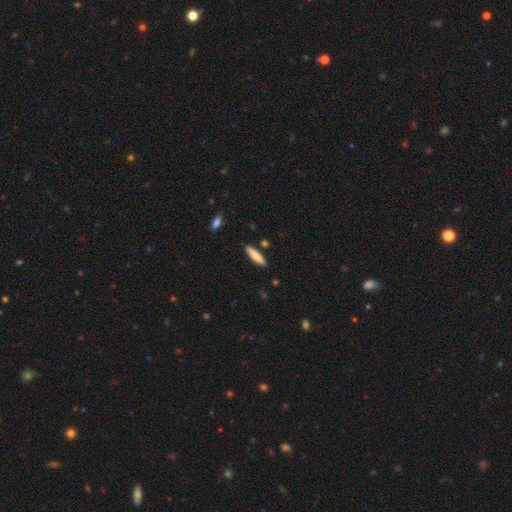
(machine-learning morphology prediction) Smooth or featured? smooth (79%)
How rounded? cigar-shaped (80%)
Merging? none (88%)